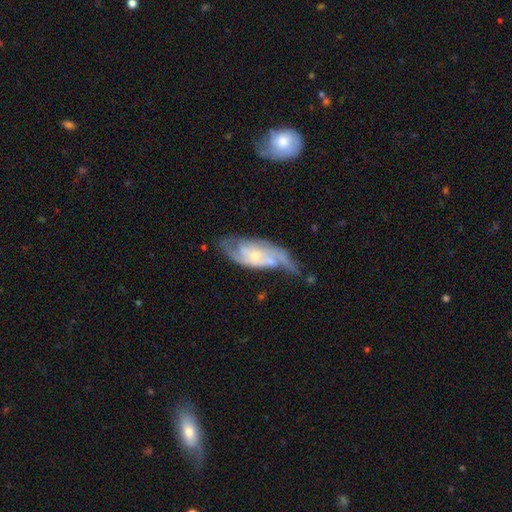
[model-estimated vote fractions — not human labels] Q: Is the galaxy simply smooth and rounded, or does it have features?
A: featured or disk — 81%.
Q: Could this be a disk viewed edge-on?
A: no — 92%.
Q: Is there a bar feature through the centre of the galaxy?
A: no — 57%.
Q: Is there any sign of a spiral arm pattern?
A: yes — 93%.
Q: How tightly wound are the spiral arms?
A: medium — 44%.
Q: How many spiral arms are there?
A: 2 — 60%.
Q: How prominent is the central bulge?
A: small — 64%.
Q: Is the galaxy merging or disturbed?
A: none — 53%.